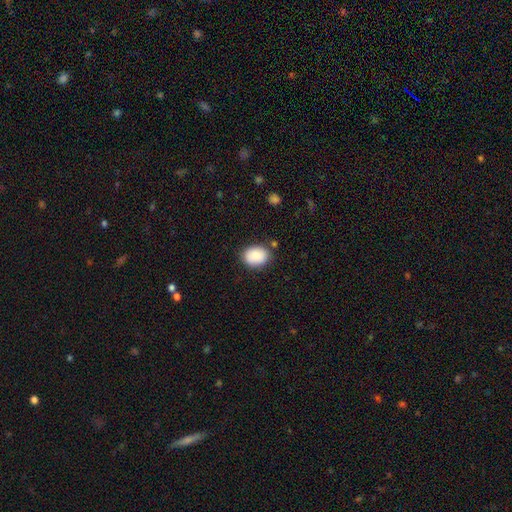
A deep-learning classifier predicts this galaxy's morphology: smooth-or-featured: smooth: 86% | star or artifact: 7% | featured or disk: 6%
  how-rounded: in between: 64% | round: 35% | cigar-shaped: 1%
  merging: none: 80% | minor disturbance: 14% | major disturbance: 3% | merger: 3%